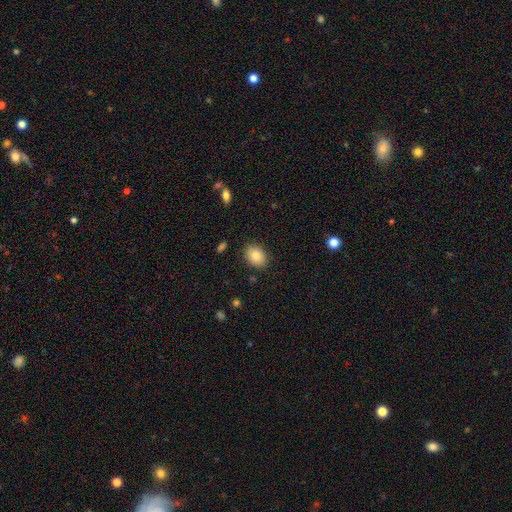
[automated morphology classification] smooth 85%, star or artifact 8%, featured or disk 7%. Down the decision tree: how rounded — in between (73%); merging — none (85%).